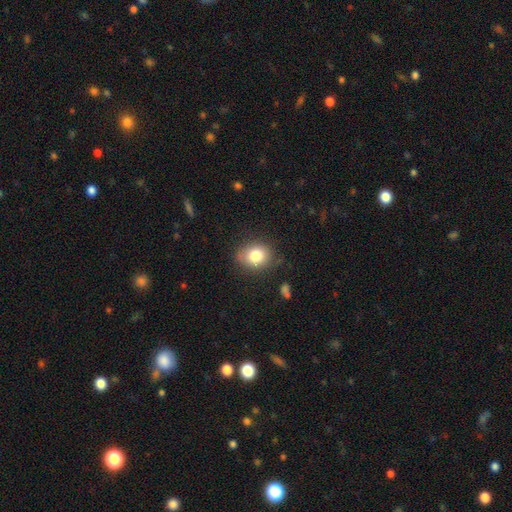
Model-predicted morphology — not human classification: Overall: smooth (81%). How rounded: round (56%; in between 43%). Merging: none (76%).